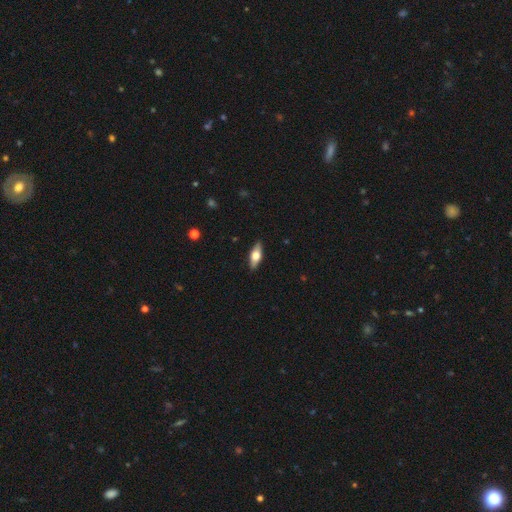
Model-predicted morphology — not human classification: Overall: smooth (53%; featured or disk 41%). How rounded: in between (68%; cigar-shaped 29%). Merging: none (89%).